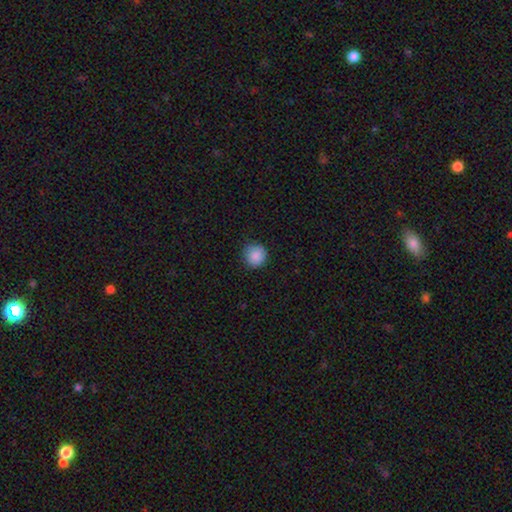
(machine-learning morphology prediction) The model was most divided on "merging": none: 87%, minor disturbance: 10%, major disturbance: 2%, merger: 1%. More confident: how rounded — round (94%); smooth or featured — smooth (88%).